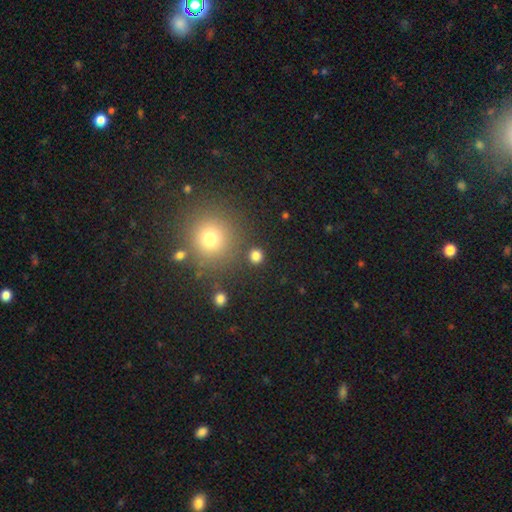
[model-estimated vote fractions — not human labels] This appears to be a smooth galaxy with no disk features (79%) that is round (89%). Merging: none (87%).